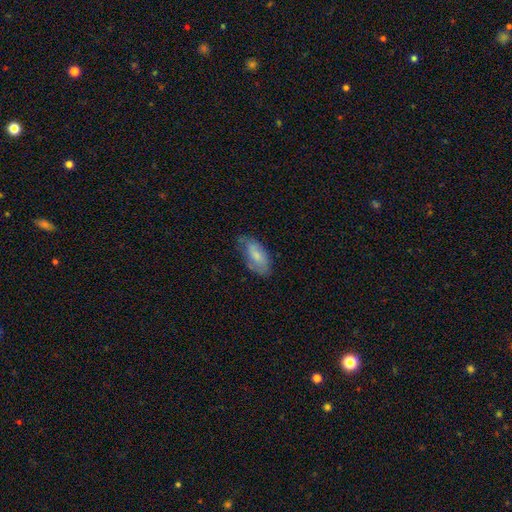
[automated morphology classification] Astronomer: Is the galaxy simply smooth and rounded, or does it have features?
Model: smooth — 64%.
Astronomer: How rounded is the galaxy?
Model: in between — 89%.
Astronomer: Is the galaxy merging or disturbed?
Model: none — 60%.